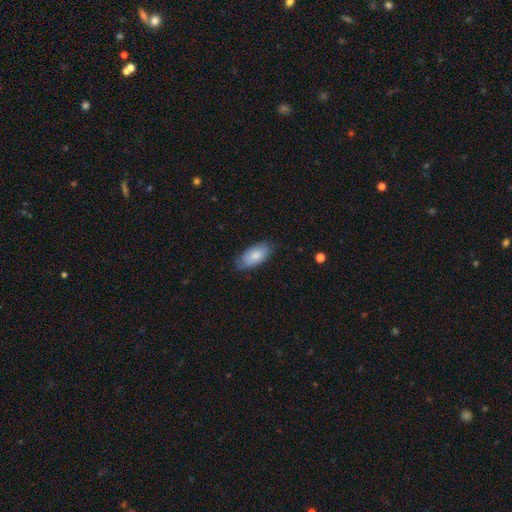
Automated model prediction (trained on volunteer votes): A smooth galaxy with no disk features (76%) that is in between round and cigar-shaped (92%).

Vote fractions:
- Smooth or featured? smooth: 76% / featured or disk: 18% / star or artifact: 6%
- How rounded? in between: 92% / cigar-shaped: 5% / round: 2%
- Merging? none: 72% / minor disturbance: 22% / major disturbance: 4% / merger: 1%